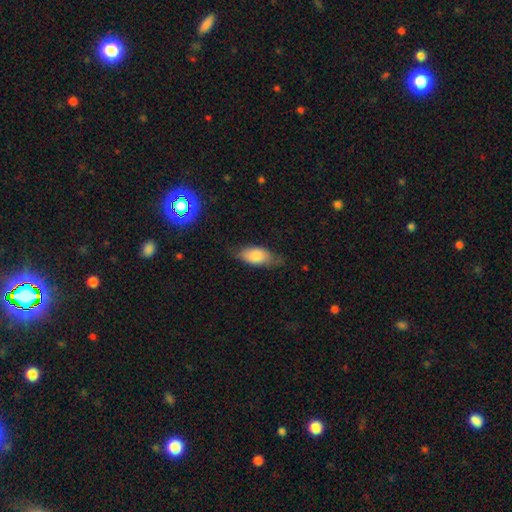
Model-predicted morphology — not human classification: Smooth or featured: smooth — 78% (featured or disk — 15%)
How rounded: in between — 87% (cigar-shaped — 9%)
Merging: none — 63% (minor disturbance — 28%)